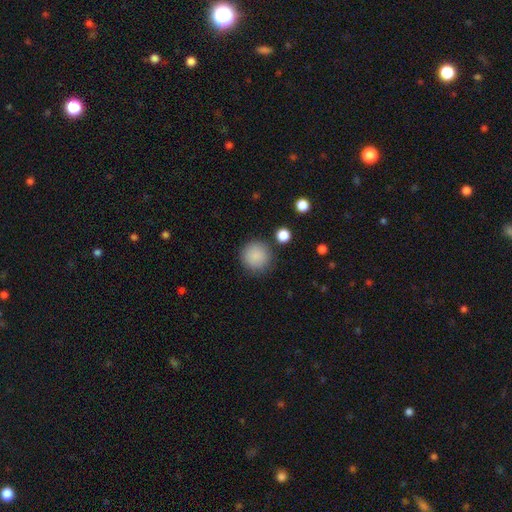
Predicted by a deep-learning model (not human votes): Overall: smooth (88%). How rounded: round (95%). Merging: none (86%).